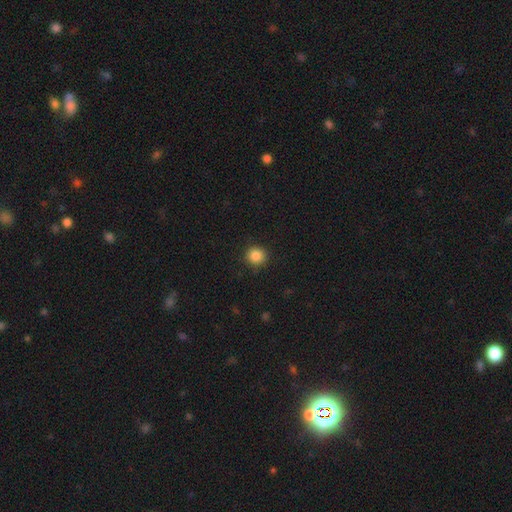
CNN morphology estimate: smooth_or_featured: smooth (p=0.86) [alt: star or artifact p=0.10]
how_rounded: round (p=0.92) [alt: in between p=0.07]
merging: none (p=0.90) [alt: minor disturbance p=0.07]